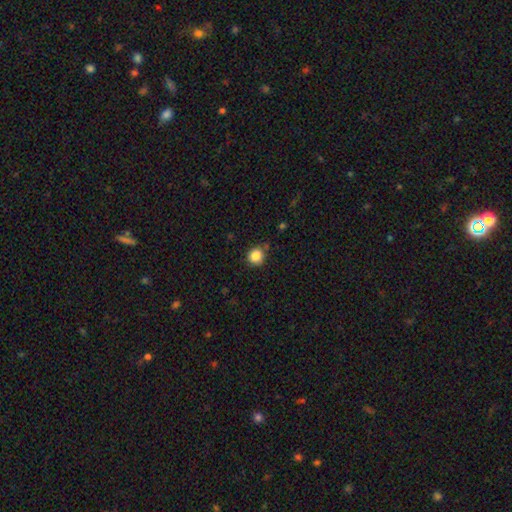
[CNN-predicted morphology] Q: Smooth or featured?
A: smooth (86%); runner-up: star or artifact (10%)
Q: How rounded?
A: round (87%); runner-up: in between (12%)
Q: Merging?
A: none (81%); runner-up: minor disturbance (13%)